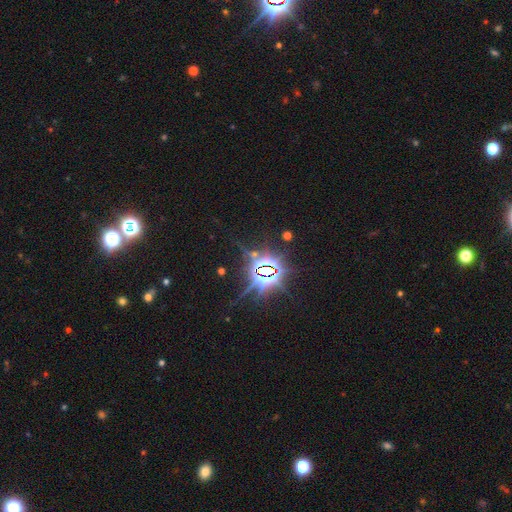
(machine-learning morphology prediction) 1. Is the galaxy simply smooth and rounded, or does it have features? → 86% star or artifact, 9% featured or disk, 6% smooth.